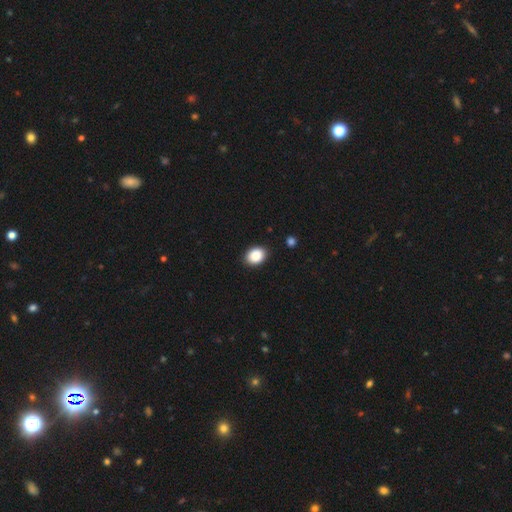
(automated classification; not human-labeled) Smooth or featured: smooth — 89% (star or artifact — 8%)
How rounded: in between — 65% (round — 34%)
Merging: none — 88% (minor disturbance — 8%)